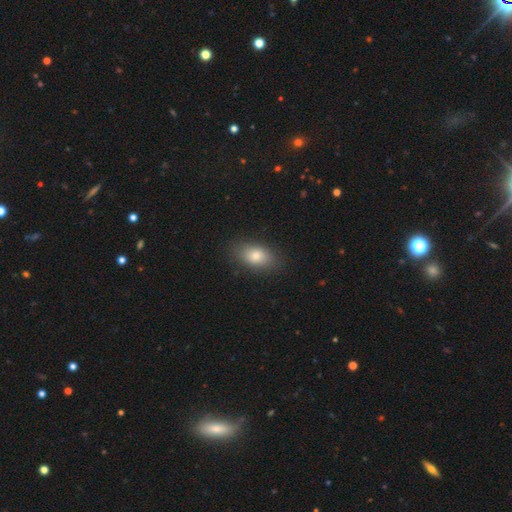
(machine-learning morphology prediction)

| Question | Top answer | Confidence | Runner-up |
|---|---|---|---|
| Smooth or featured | smooth | 81% | featured or disk (11%) |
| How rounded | in between | 87% | round (9%) |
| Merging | none | 85% | minor disturbance (11%) |